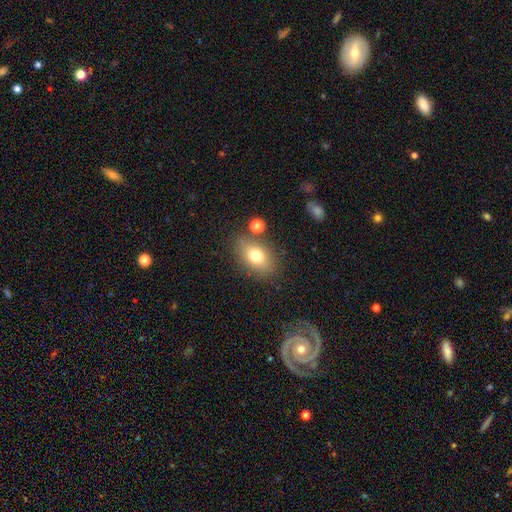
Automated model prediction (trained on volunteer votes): This appears to be a smooth galaxy with no disk features (75%) that is in between round and cigar-shaped (80%). Merging: none (76%).